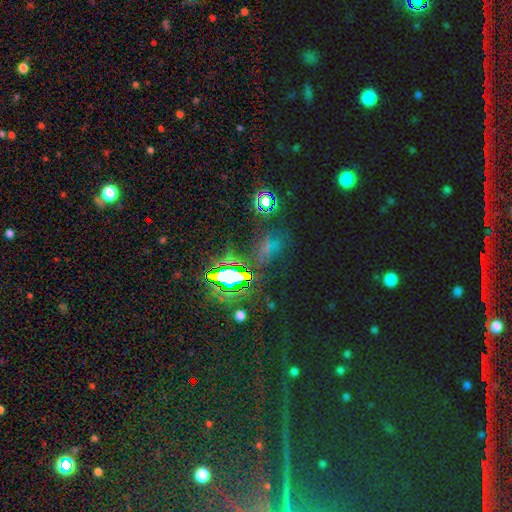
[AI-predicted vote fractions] smooth_or_featured: star or artifact (p=0.73) [alt: smooth p=0.17]